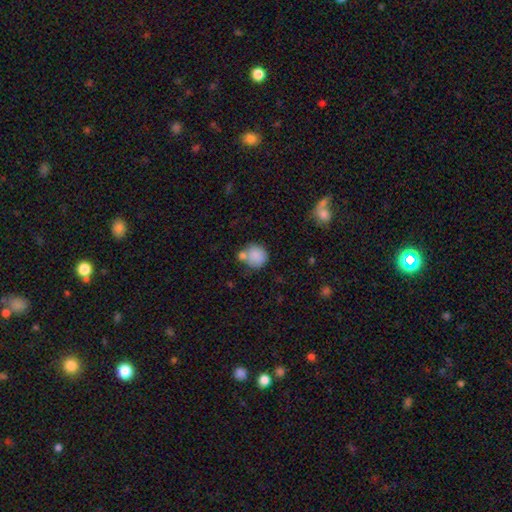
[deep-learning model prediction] This appears to be a smooth galaxy with no disk features (85%) that is round (86%). Merging: none (54%).